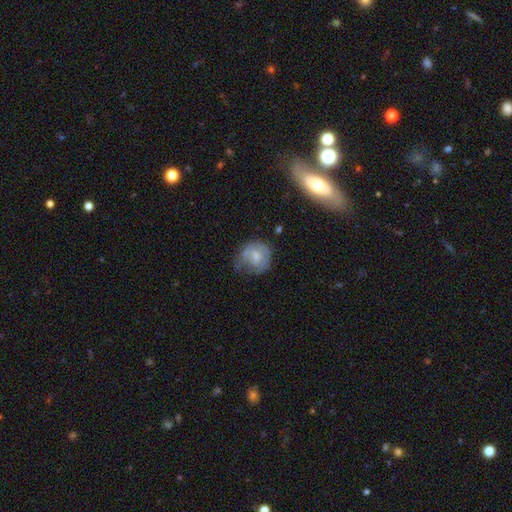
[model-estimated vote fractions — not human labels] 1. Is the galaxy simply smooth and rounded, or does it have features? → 48% featured or disk, 45% smooth, 8% star or artifact.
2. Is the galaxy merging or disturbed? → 47% none, 31% minor disturbance, 19% major disturbance, 3% merger.